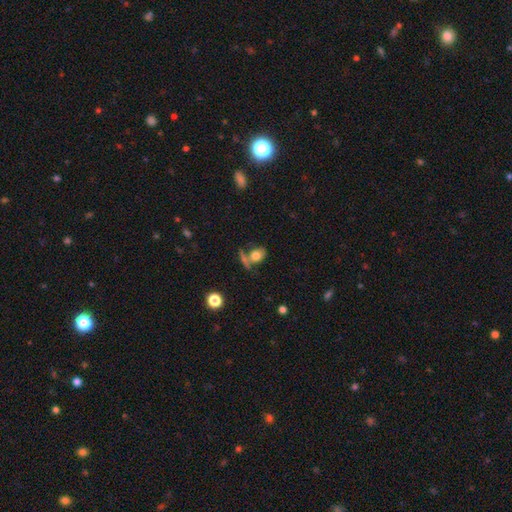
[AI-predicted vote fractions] smooth-or-featured: smooth: 75% | featured or disk: 14% | star or artifact: 11%
  how-rounded: in between: 61% | round: 34% | cigar-shaped: 5%
  merging: none: 47% | merger: 30% | minor disturbance: 14% | major disturbance: 9%